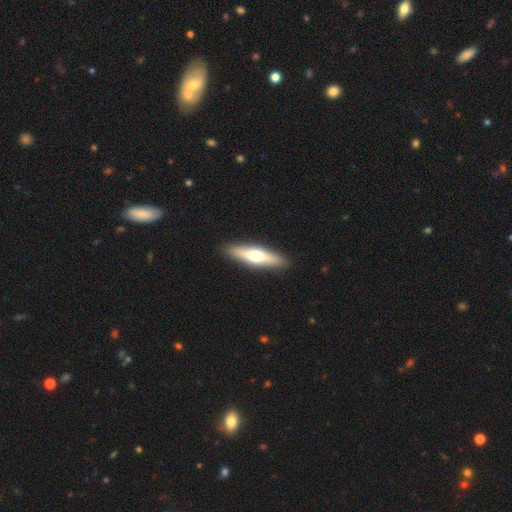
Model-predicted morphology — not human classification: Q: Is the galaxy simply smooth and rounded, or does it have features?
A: smooth — 51%.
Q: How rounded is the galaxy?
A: cigar-shaped — 70%.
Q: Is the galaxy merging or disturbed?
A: none — 91%.